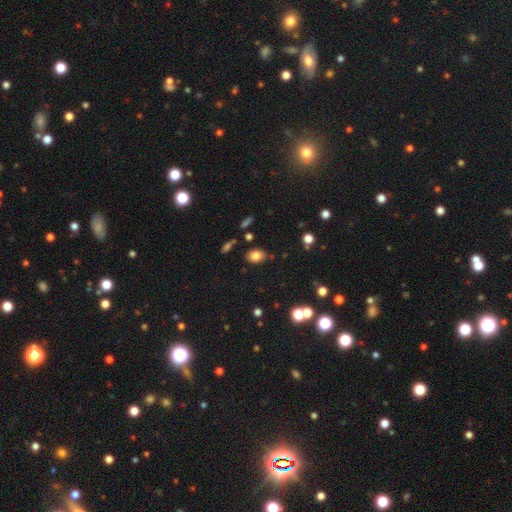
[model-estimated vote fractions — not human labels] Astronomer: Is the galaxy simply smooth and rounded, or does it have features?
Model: smooth — 80%.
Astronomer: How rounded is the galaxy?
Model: in between — 73%.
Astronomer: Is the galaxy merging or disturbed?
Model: none — 79%.